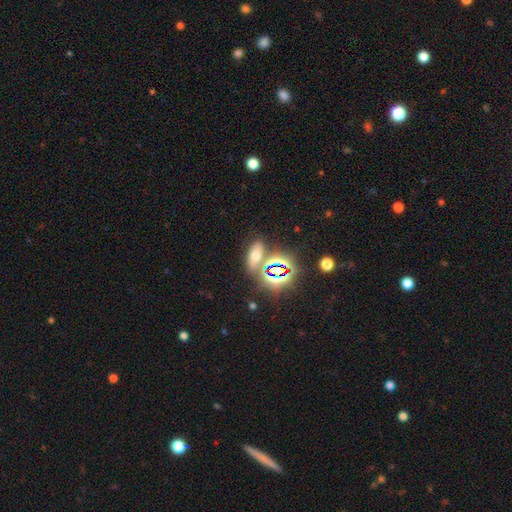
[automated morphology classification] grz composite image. It shows a smooth galaxy with no disk features (46%). Merging: none (69%).